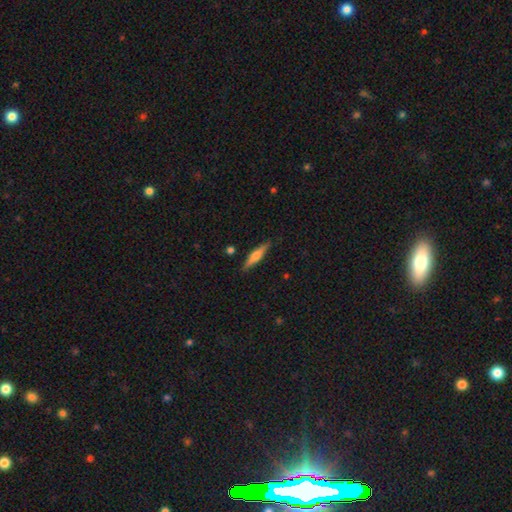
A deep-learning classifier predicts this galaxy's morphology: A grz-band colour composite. It shows a smooth galaxy with no disk features (48%). Merging: none (89%).